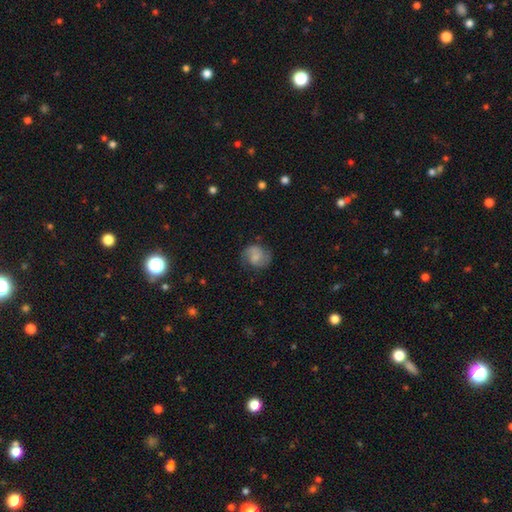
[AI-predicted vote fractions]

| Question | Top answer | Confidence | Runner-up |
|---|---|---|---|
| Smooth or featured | featured or disk | 52% | smooth (40%) |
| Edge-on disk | no | 98% | yes (2%) |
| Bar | no | 50% | weak (41%) |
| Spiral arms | yes | 89% | no (11%) |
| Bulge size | small | 34% | none (31%) |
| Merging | none | 72% | minor disturbance (19%) |